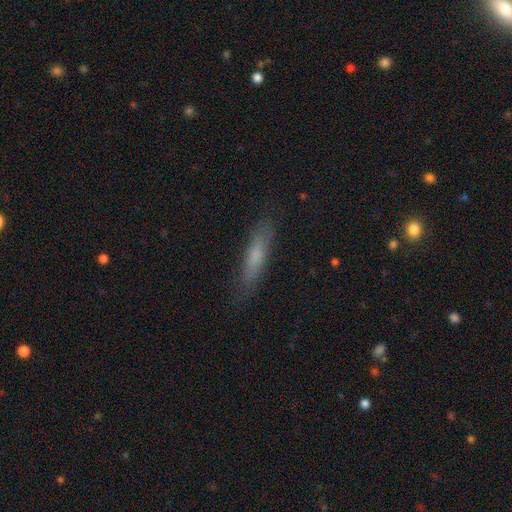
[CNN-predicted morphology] Smooth or featured: smooth — 66% (featured or disk — 26%)
How rounded: cigar-shaped — 80% (in between — 18%)
Merging: none — 82% (minor disturbance — 14%)